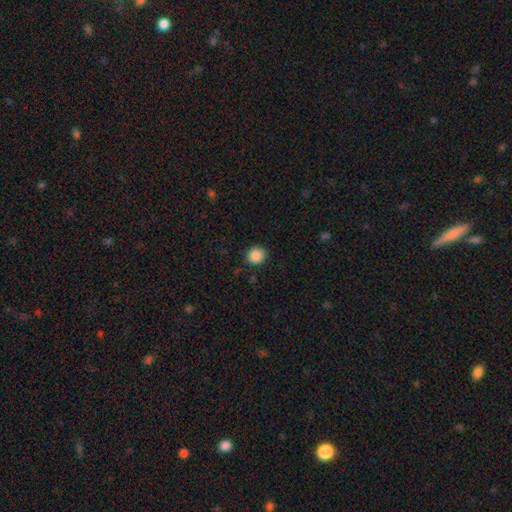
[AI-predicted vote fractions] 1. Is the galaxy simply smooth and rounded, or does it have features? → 88% smooth, 9% star or artifact, 3% featured or disk.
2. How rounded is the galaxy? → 86% round, 13% in between, 1% cigar-shaped.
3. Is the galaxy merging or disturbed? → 89% none, 7% minor disturbance, 2% major disturbance, 1% merger.